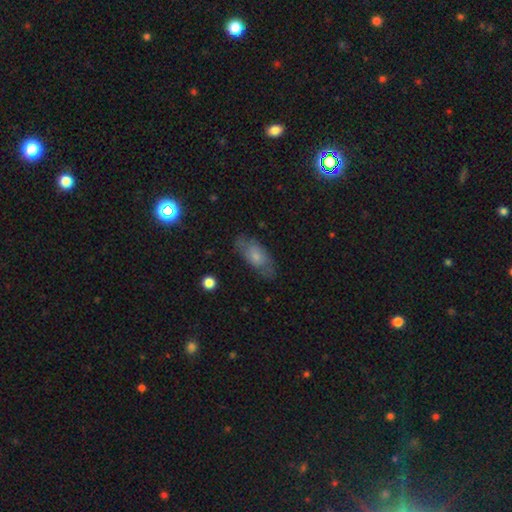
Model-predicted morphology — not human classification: smooth 63%, featured or disk 29%, star or artifact 8%. Down the decision tree: how rounded — in between (84%); merging — none (71%).